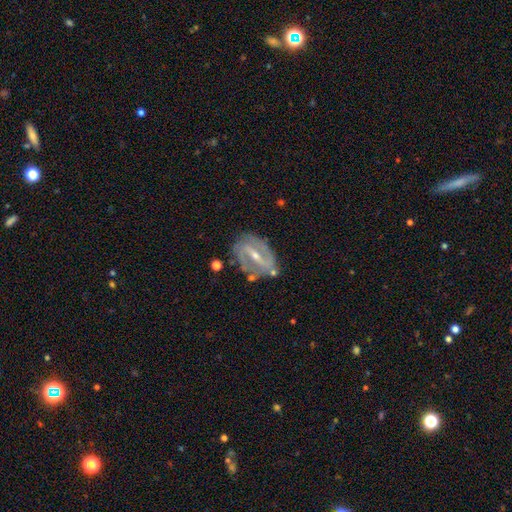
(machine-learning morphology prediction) Smooth or featured?
  - featured or disk: 85% *
  - smooth: 9%
  - star or artifact: 6%
Edge-on disk?
  - no: 93% *
  - yes: 7%
Bar?
  - strong: 68% *
  - weak: 25%
  - no: 8%
Spiral arms?
  - yes: 86% *
  - no: 14%
Spiral winding?
  - medium: 42% *
  - tight: 37%
  - loose: 21%
Spiral arm count?
  - 2: 80% *
  - can't tell: 10%
  - 3: 4%
  - 1: 3%
  - 4: 1%
  - more than 4: 1%
Bulge size?
  - small: 56% *
  - moderate: 41%
  - none: 1%
  - large: 1%
  - dominant: 1%
Merging?
  - none: 72% *
  - minor disturbance: 17%
  - major disturbance: 6%
  - merger: 4%